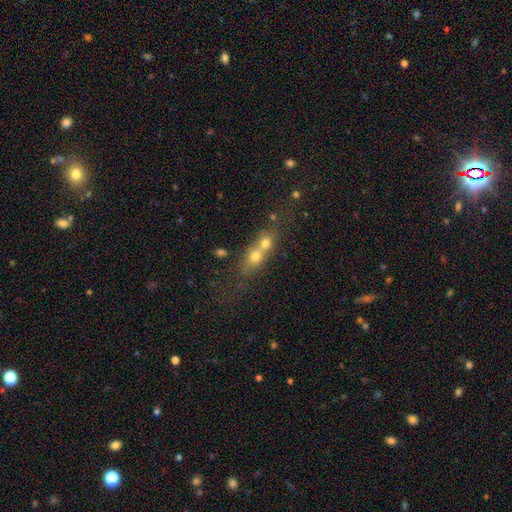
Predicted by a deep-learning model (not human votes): smooth-or-featured: smooth: 58% | featured or disk: 27% | star or artifact: 15%
  how-rounded: round: 43% | in between: 40% | cigar-shaped: 17%
  merging: merger: 67% | none: 22% | minor disturbance: 6% | major disturbance: 5%